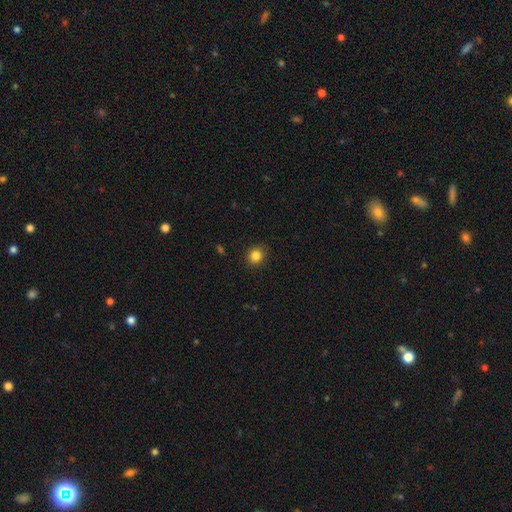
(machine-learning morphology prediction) This appears to be a smooth galaxy with no disk features (84%) that is round (81%). Merging: none (90%).